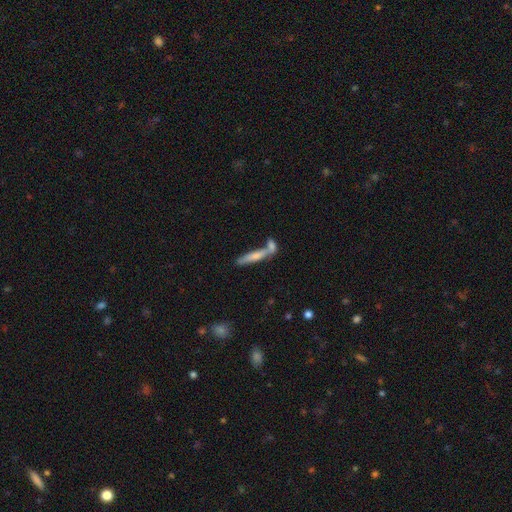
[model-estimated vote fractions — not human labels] This appears to be a smooth galaxy with no disk features (64%) that is cigar-shaped (85%). Merging: none (47%).